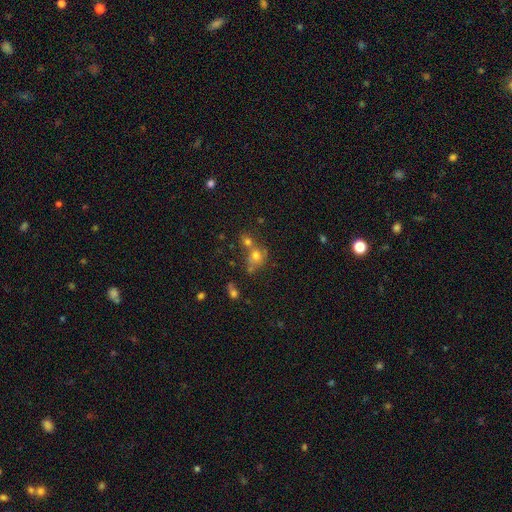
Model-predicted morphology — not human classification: Smooth or featured? Predicted: smooth (p=0.69). How rounded? Predicted: round (p=0.72). Merging? Predicted: merger (p=0.46).